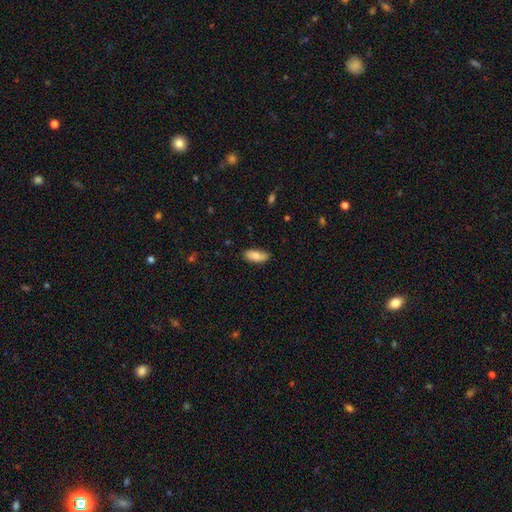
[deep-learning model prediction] A smooth galaxy with no disk features (85%) that is in between round and cigar-shaped (84%). Merging: none (79%).